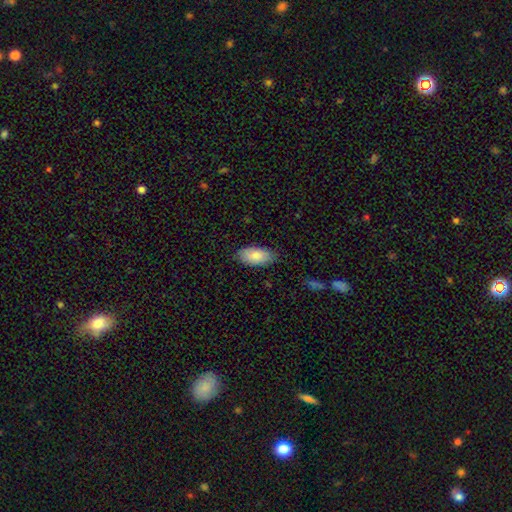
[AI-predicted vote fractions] Smooth or featured? smooth (84%)
How rounded? in between (93%)
Merging? none (81%)